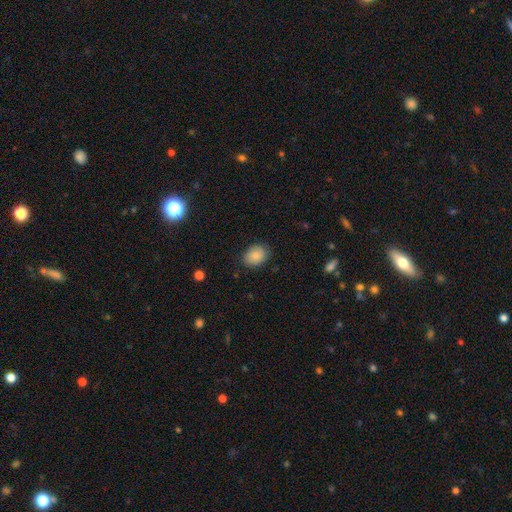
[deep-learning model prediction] A smooth galaxy with no disk features (86%) that is in between round and cigar-shaped (67%).

Vote fractions:
- Smooth or featured? smooth: 86% / star or artifact: 8% / featured or disk: 6%
- How rounded? in between: 67% / round: 32% / cigar-shaped: 1%
- Merging? none: 81% / minor disturbance: 14% / major disturbance: 3% / merger: 1%